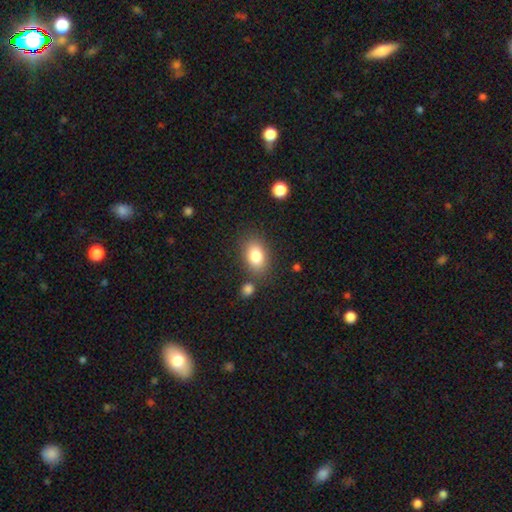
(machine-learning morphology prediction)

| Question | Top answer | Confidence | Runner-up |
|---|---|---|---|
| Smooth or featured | smooth | 83% | featured or disk (9%) |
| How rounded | in between | 85% | round (14%) |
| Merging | none | 77% | minor disturbance (12%) |